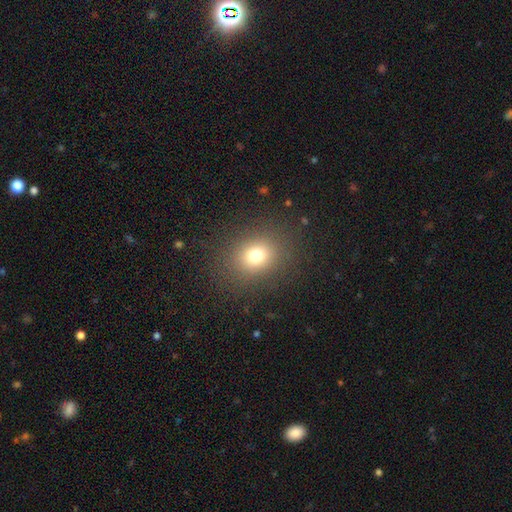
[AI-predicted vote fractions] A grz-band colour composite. It shows a smooth galaxy with no disk features (74%) that is round (60%). Merging: none (85%).